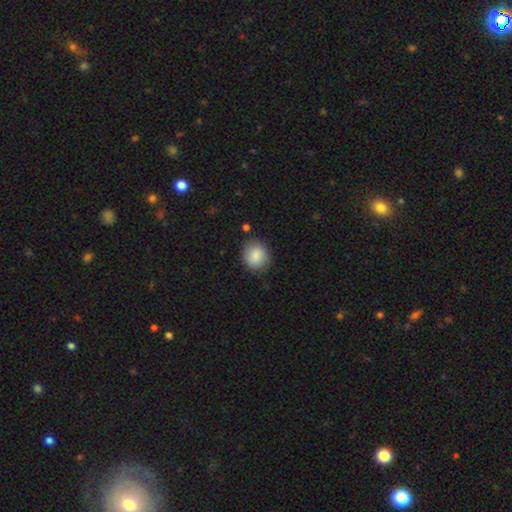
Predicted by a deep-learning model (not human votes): Smooth or featured? smooth (85%)
How rounded? round (71%)
Merging? none (80%)